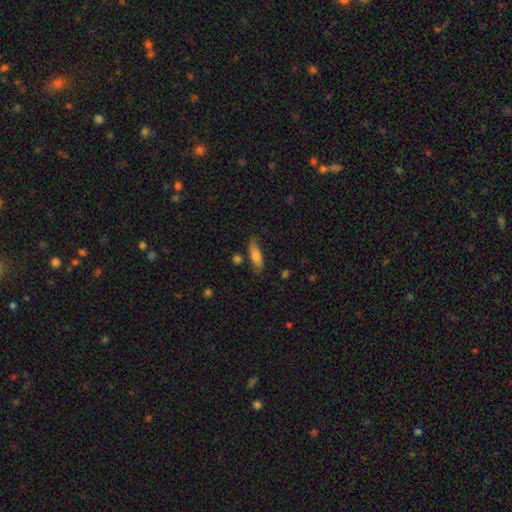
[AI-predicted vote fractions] Smooth or featured? smooth (73%)
How rounded? in between (53%)
Merging? none (72%)